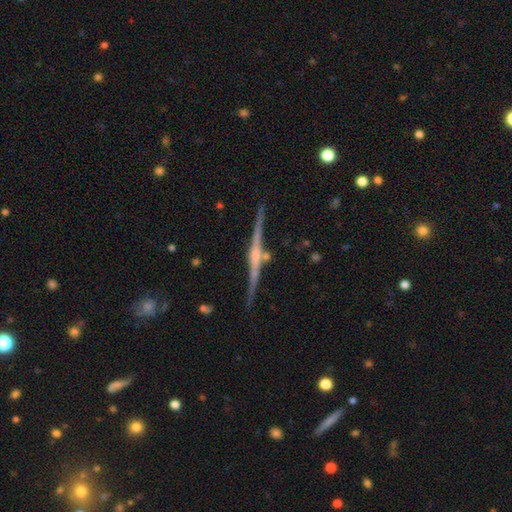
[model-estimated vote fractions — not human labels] Smooth or featured? Predicted: featured or disk (p=0.86). Edge-on disk? Predicted: yes (p=0.98). Edge-on bulge? Predicted: rounded (p=0.74). Merging? Predicted: none (p=0.85).